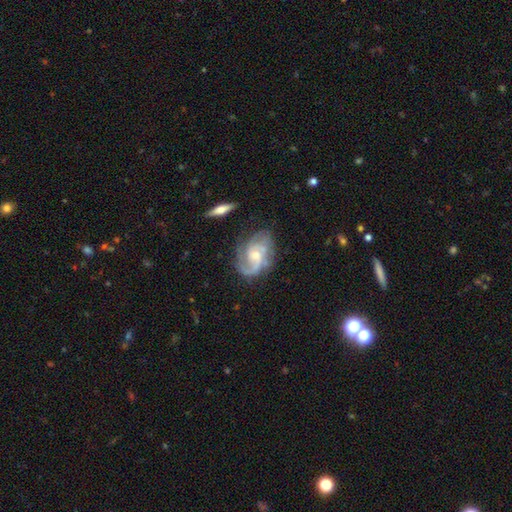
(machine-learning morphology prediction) Overall: featured or disk (85%). Edge-on disk: no (97%). Bar: no (60%; weak 34%). Spiral arms: yes (95%). Spiral arm count: 2 (52%; can't tell 17%). Spiral winding: medium (46%; tight 34%). Bulge size: small (48%; moderate 45%). Merging: none (62%).